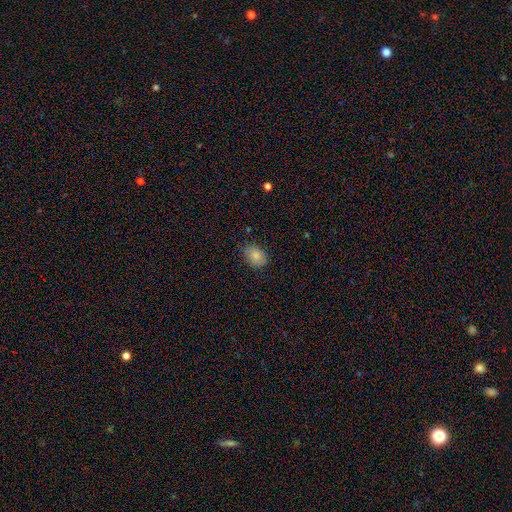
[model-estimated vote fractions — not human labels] Q: Smooth or featured?
A: smooth (83%); runner-up: featured or disk (9%)
Q: How rounded?
A: in between (77%); runner-up: round (22%)
Q: Merging?
A: none (78%); runner-up: minor disturbance (17%)